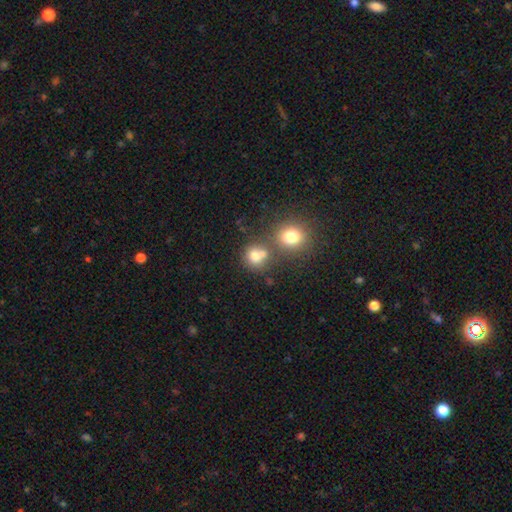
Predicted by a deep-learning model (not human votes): A smooth galaxy with no disk features (76%) that is round (82%). Merging: none (49%).